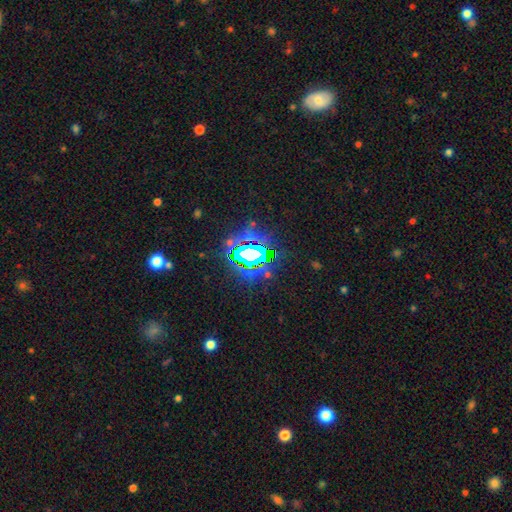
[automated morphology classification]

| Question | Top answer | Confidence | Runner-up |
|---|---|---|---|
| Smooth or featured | star or artifact | 75% | smooth (13%) |